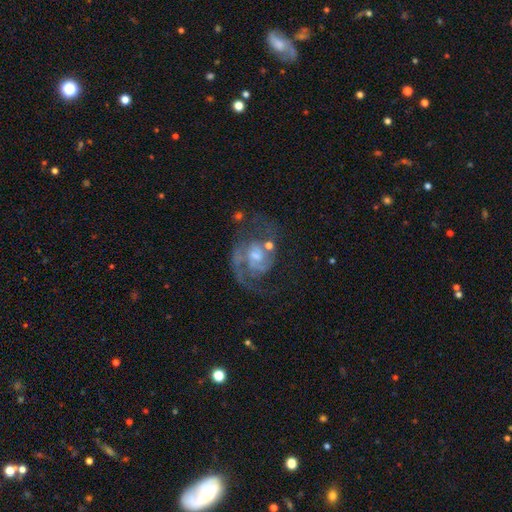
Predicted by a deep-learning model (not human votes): Smooth or featured?
  - featured or disk: 86% *
  - smooth: 7%
  - star or artifact: 7%
Edge-on disk?
  - no: 98% *
  - yes: 2%
Bar?
  - no: 56% *
  - weak: 37%
  - strong: 7%
Spiral arms?
  - yes: 95% *
  - no: 5%
Spiral winding?
  - medium: 52% *
  - tight: 30%
  - loose: 18%
Spiral arm count?
  - 2: 74% *
  - 1: 10%
  - can't tell: 8%
  - 3: 5%
  - 4: 2%
  - more than 4: 2%
Bulge size?
  - small: 45% *
  - moderate: 40%
  - none: 8%
  - large: 5%
  - dominant: 1%
Merging?
  - none: 56% *
  - major disturbance: 20%
  - minor disturbance: 18%
  - merger: 7%